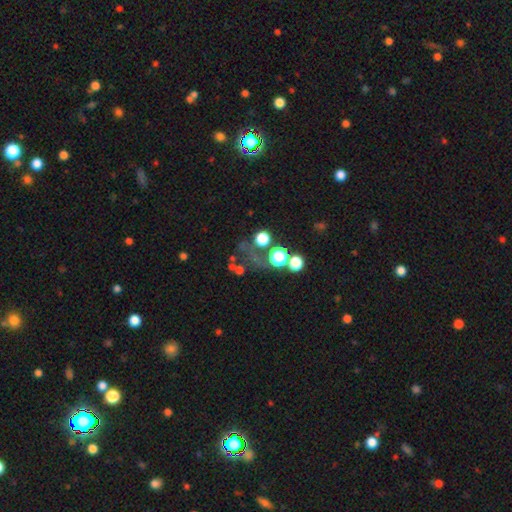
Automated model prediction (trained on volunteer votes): smooth-or-featured: star or artifact: 58% | smooth: 22% | featured or disk: 19%